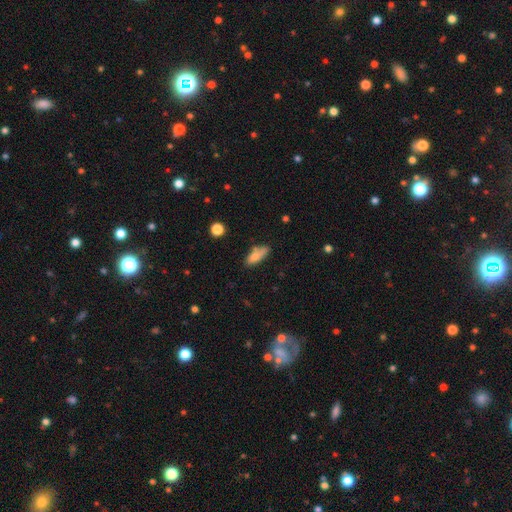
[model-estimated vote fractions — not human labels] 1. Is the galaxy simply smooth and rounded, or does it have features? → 77% smooth, 15% featured or disk, 8% star or artifact.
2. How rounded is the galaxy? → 65% in between, 32% cigar-shaped, 3% round.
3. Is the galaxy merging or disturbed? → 58% none, 25% minor disturbance, 10% merger, 7% major disturbance.